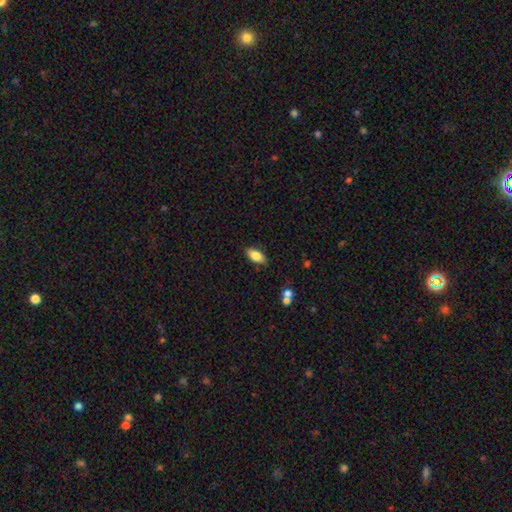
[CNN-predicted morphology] Overall: smooth (81%). How rounded: in between (89%). Merging: none (86%).